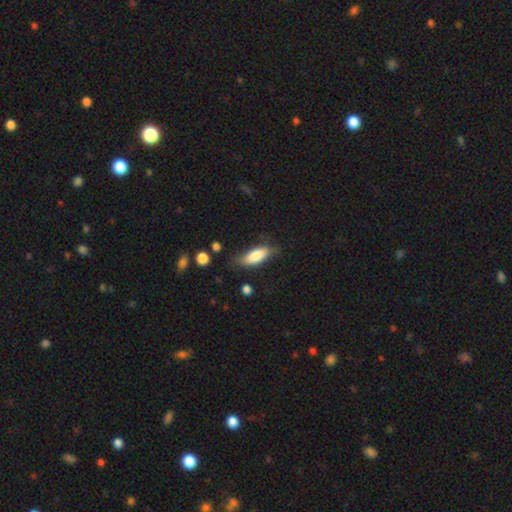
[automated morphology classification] This is likely a smooth galaxy (79%). How rounded: likely in between (69%). Merging: likely none (68%).